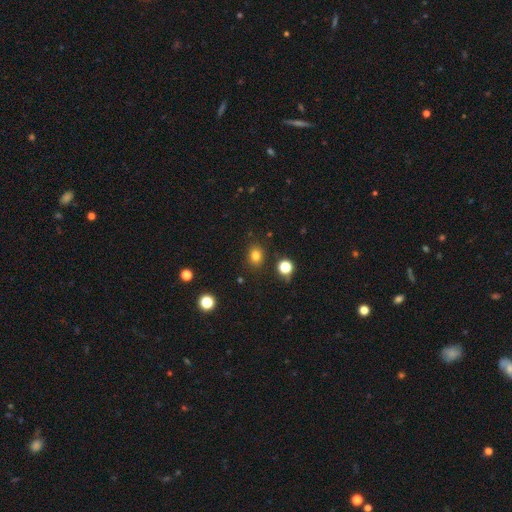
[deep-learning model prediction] This is clearly a smooth galaxy (80%). How rounded: possibly round (56%). Merging: clearly none (86%).